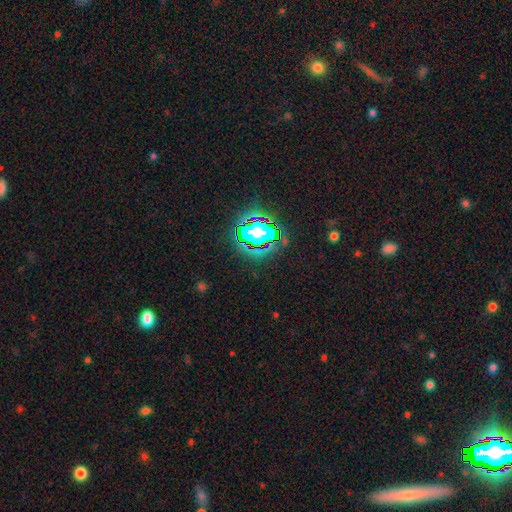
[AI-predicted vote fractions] Smooth or featured: star or artifact — 77% (smooth — 14%)